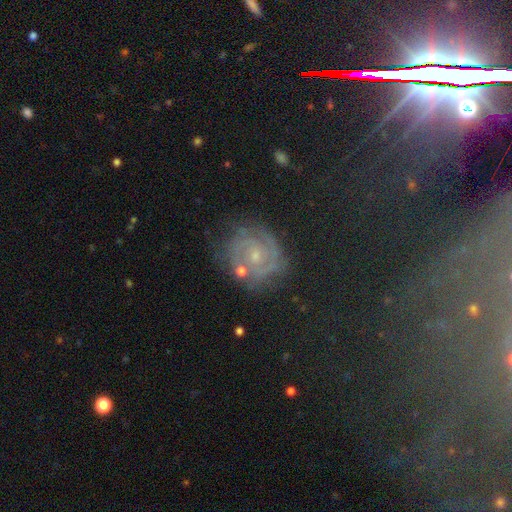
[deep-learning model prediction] This is likely a featured or disk galaxy (62%). It is clearly not viewed edge-on (97%). Bar: likely no (64%). Spiral arm pattern: clearly yes (90%). Spiral arm count: marginally 2 (44%). Spiral winding: likely tight (62%). Central bulge: likely small (70%). Merging: likely none (72%).